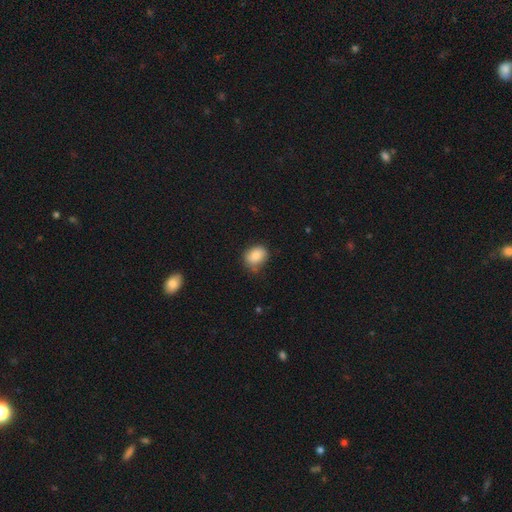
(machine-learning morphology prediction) smooth_or_featured: smooth (p=0.85) [alt: star or artifact p=0.08]
how_rounded: in between (p=0.57) [alt: round p=0.42]
merging: none (p=0.67) [alt: minor disturbance p=0.26]